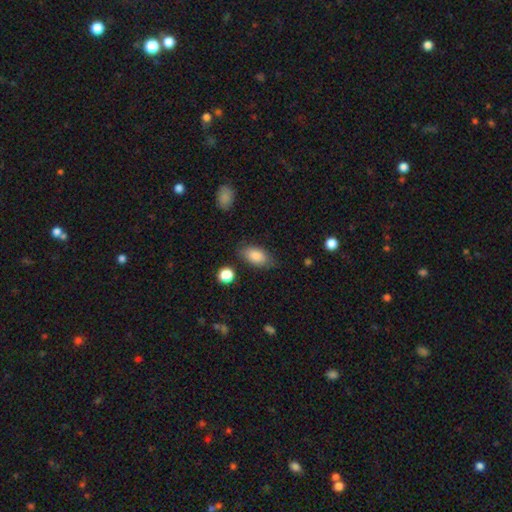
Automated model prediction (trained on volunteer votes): Q: Smooth or featured?
A: smooth (86%); runner-up: featured or disk (7%)
Q: How rounded?
A: in between (91%); runner-up: round (5%)
Q: Merging?
A: none (77%); runner-up: minor disturbance (16%)